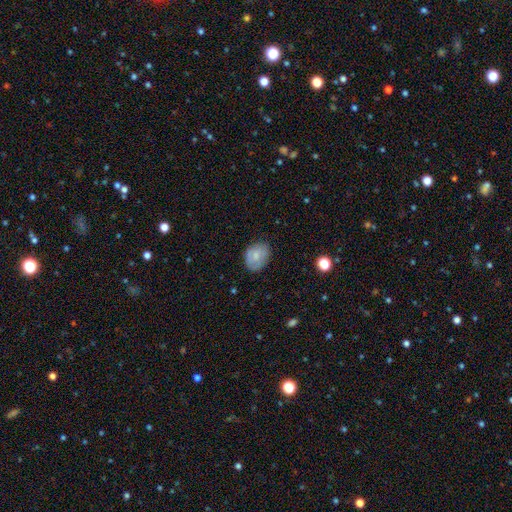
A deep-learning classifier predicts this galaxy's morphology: type=smooth (73%); roundness=in between (66%); merging=none (77%).